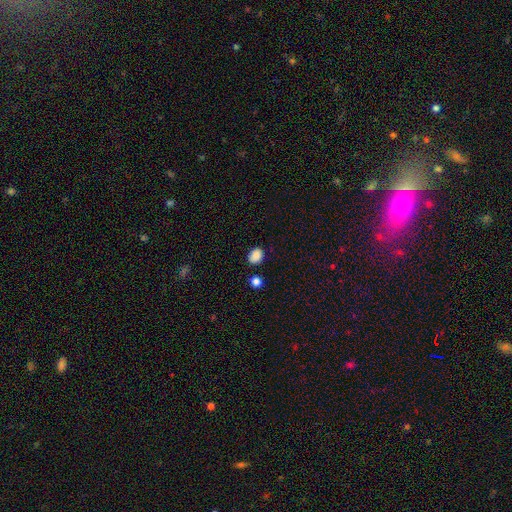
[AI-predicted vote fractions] smooth 87%, star or artifact 10%, featured or disk 4%. Down the decision tree: how rounded — in between (60%); merging — none (81%).